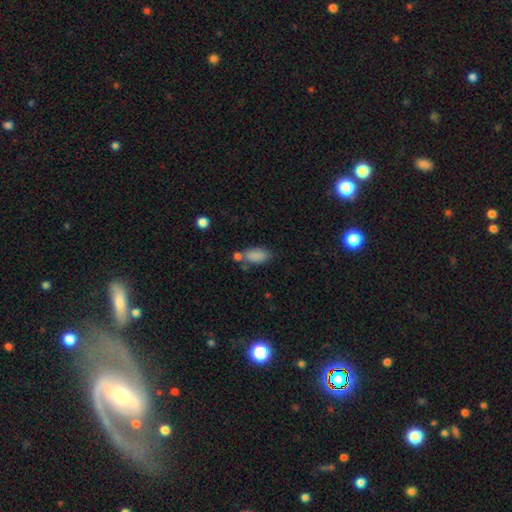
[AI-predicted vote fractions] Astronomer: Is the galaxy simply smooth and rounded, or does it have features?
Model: smooth — 85%.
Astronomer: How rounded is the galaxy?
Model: in between — 91%.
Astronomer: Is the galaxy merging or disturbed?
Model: none — 53%.